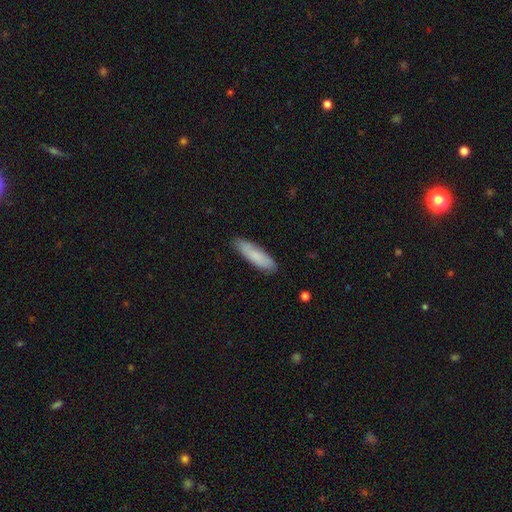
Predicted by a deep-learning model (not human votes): The model was most divided on "how rounded": cigar-shaped: 62%, in between: 36%, round: 1%. More confident: merging — none (86%); smooth or featured — smooth (80%).